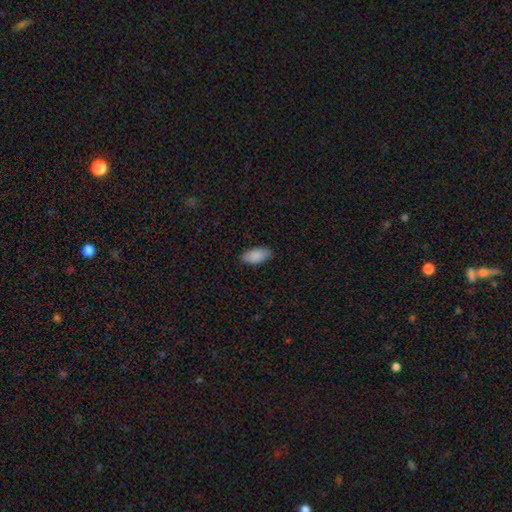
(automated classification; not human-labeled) smooth 89%, star or artifact 6%, featured or disk 5%. Down the decision tree: how rounded — in between (91%); merging — none (87%).